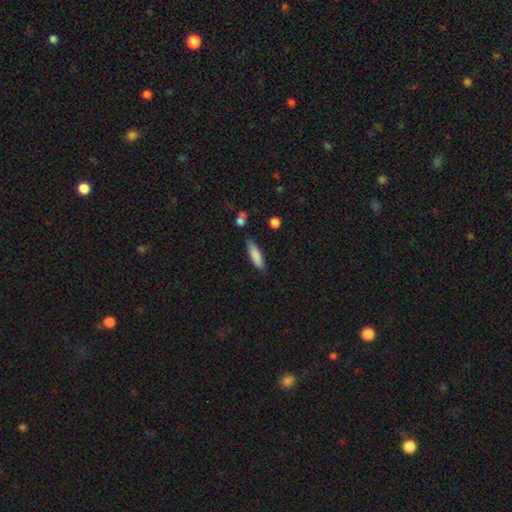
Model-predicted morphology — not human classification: Smooth or featured?
  - smooth: 85% *
  - featured or disk: 8%
  - star or artifact: 7%
How rounded?
  - cigar-shaped: 55% *
  - in between: 43%
  - round: 2%
Merging?
  - none: 77% *
  - minor disturbance: 17%
  - major disturbance: 3%
  - merger: 3%